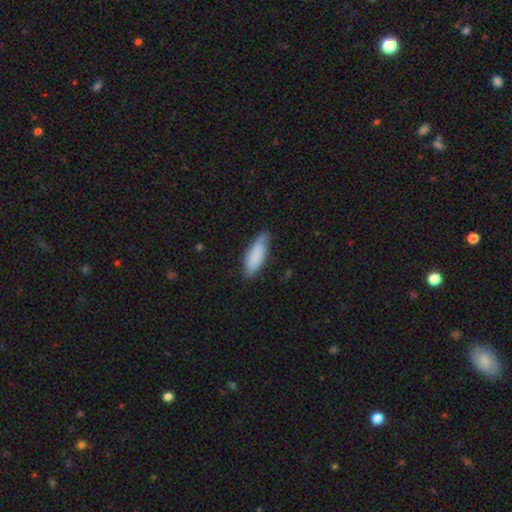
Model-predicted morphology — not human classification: A smooth galaxy with no disk features (84%) that is in between round and cigar-shaped (66%). Merging: none (74%).